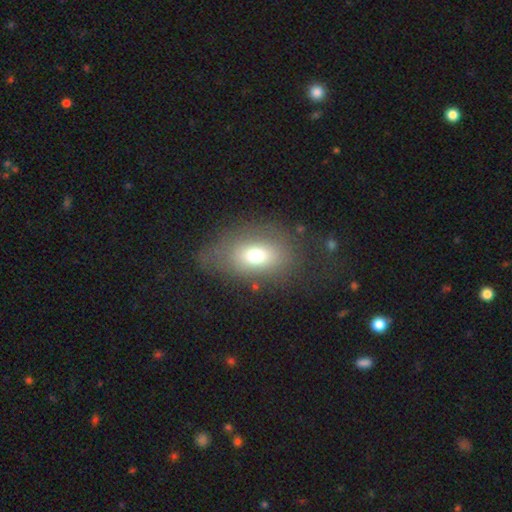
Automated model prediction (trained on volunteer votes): Morphology: type=smooth (68%); roundness=in between (79%); merging=none (62%).